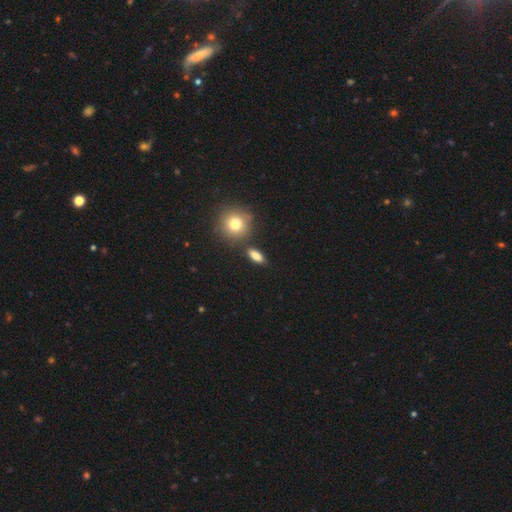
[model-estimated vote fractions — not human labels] A smooth galaxy with no disk features (82%) that is in between round and cigar-shaped (69%). Merging: none (77%).